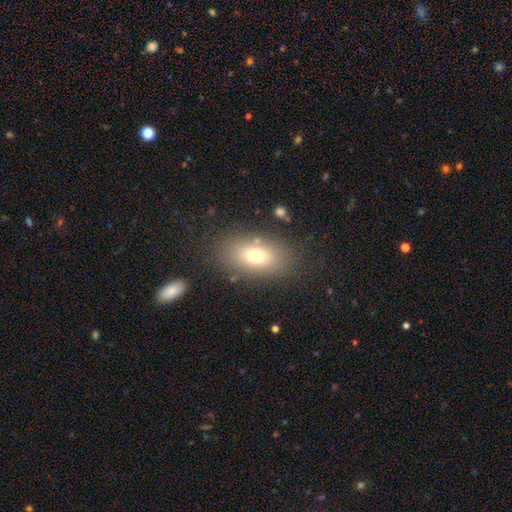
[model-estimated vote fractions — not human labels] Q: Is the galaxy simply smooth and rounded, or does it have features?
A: smooth — 72%.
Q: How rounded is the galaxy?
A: in between — 86%.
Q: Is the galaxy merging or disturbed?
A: none — 80%.